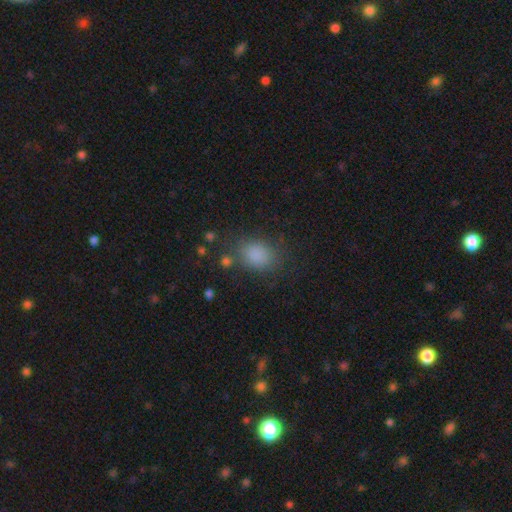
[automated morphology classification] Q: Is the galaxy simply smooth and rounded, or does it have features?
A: smooth — 83%.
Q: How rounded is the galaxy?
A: in between — 57%.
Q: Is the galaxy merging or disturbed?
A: none — 75%.